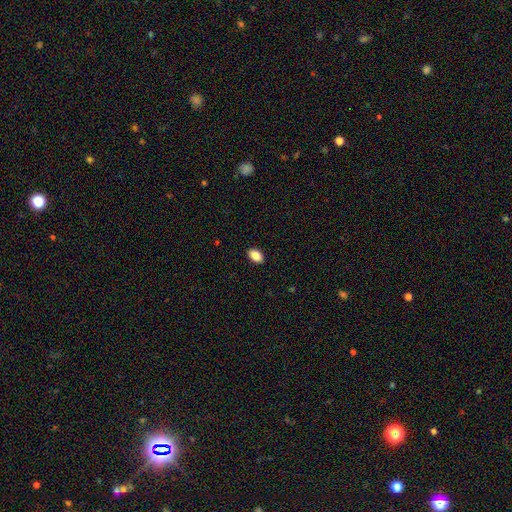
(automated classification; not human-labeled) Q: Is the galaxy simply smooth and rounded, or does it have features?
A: smooth — 87%.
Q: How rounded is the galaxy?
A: in between — 90%.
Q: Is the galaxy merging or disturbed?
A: none — 90%.